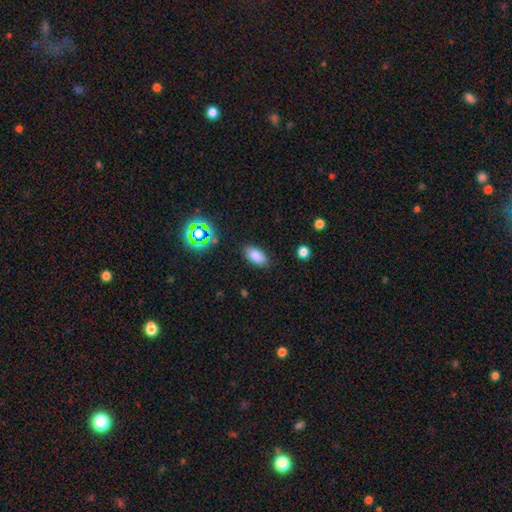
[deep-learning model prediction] The model was most divided on "smooth or featured": smooth: 83%, star or artifact: 11%, featured or disk: 6%. More confident: how rounded — in between (91%); merging — none (86%).